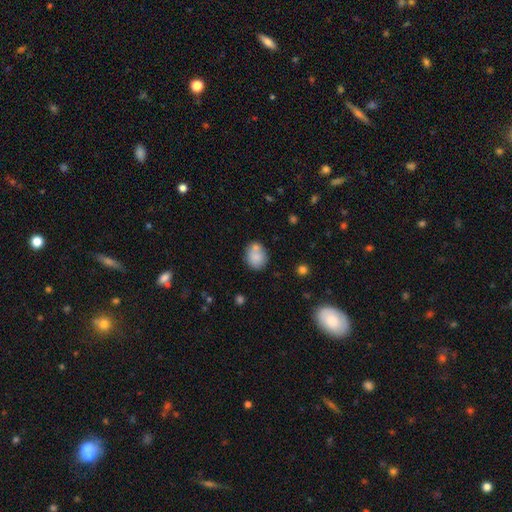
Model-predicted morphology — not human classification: Overall: smooth (80%). How rounded: round (59%; in between 40%). Merging: none (54%; merger 25%).